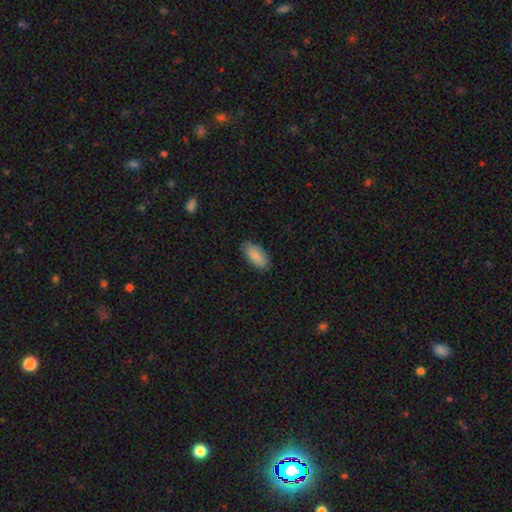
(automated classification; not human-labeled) smooth 88%, star or artifact 6%, featured or disk 6%. Down the decision tree: how rounded — in between (92%); merging — none (82%).